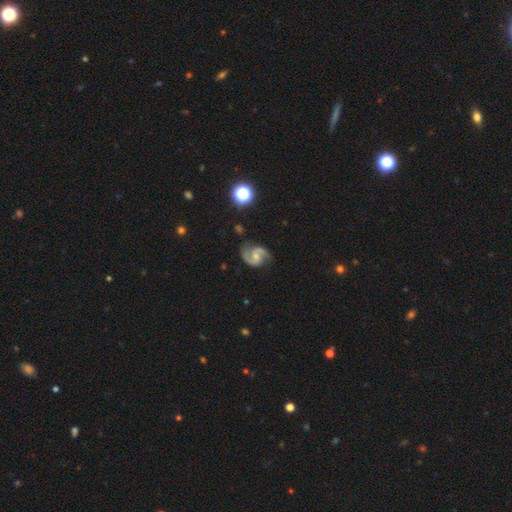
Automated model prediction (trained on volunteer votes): smooth-or-featured: featured or disk: 91% | star or artifact: 5% | smooth: 4%
  disk-edge-on: no: 98% | yes: 2%
    bar: no: 51% | weak: 40% | strong: 9%
    has-spiral-arms: yes: 98% | no: 2%
      spiral-winding: medium: 60% | loose: 20% | tight: 20%
      spiral-arm-count: 2: 94% | can't tell: 2% | 3: 1% | 1: 1% | 4: 1% | more than 4: 1%
    bulge-size: small: 55% | moderate: 36% | none: 6% | large: 2% | dominant: 1%
  merging: none: 75% | minor disturbance: 17% | major disturbance: 6% | merger: 2%